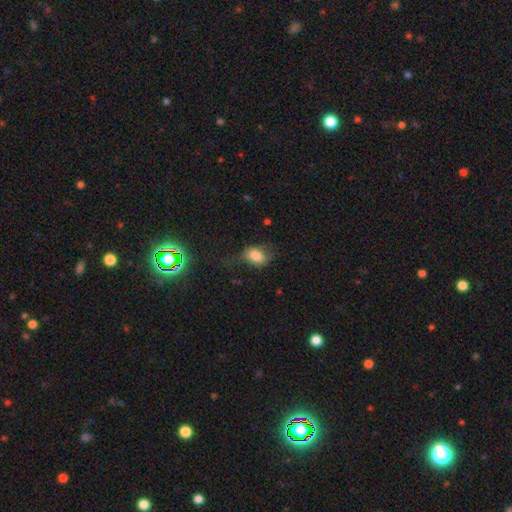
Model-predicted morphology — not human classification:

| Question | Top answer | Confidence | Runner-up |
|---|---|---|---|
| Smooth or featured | smooth | 74% | featured or disk (15%) |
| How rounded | in between | 75% | round (23%) |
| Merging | none | 43% | minor disturbance (30%) |